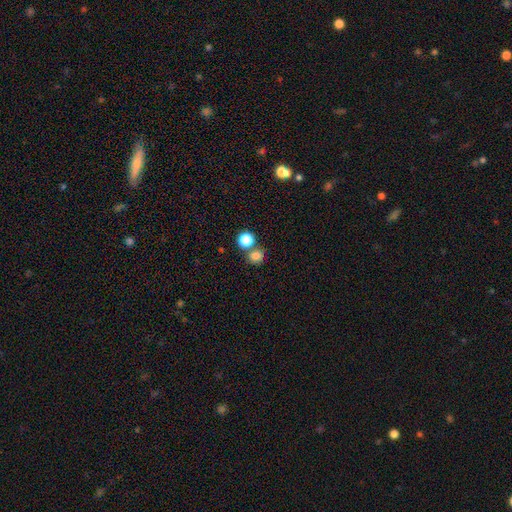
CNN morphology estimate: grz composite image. It shows a smooth galaxy with no disk features (82%) that is round (81%). Merging: none (58%).